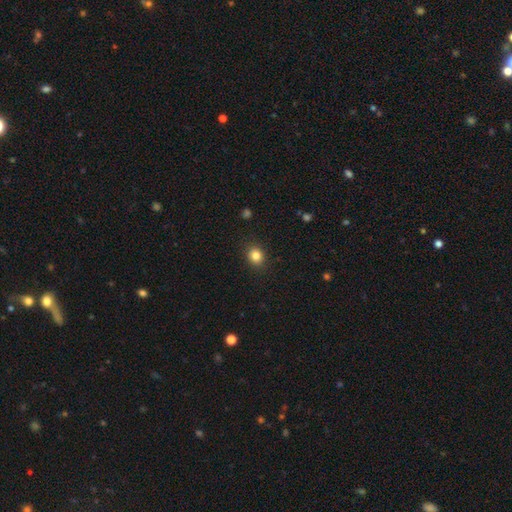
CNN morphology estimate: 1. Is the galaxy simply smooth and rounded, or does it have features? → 83% smooth, 11% star or artifact, 5% featured or disk.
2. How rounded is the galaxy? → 73% round, 26% in between, 1% cigar-shaped.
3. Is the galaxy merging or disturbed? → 89% none, 8% minor disturbance, 2% major disturbance, 1% merger.